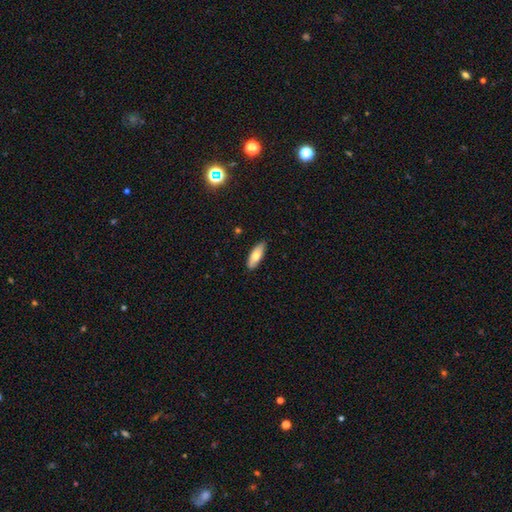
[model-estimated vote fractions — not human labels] smooth 75%, featured or disk 19%, star or artifact 6%. Down the decision tree: how rounded — in between (67%); merging — none (86%).